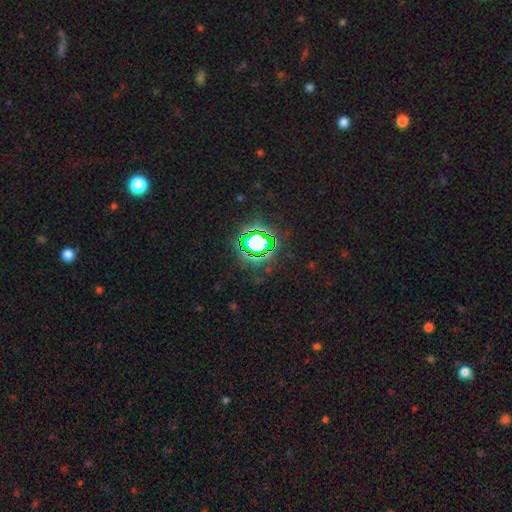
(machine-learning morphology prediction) Q: Smooth or featured?
A: star or artifact (77%); runner-up: smooth (16%)